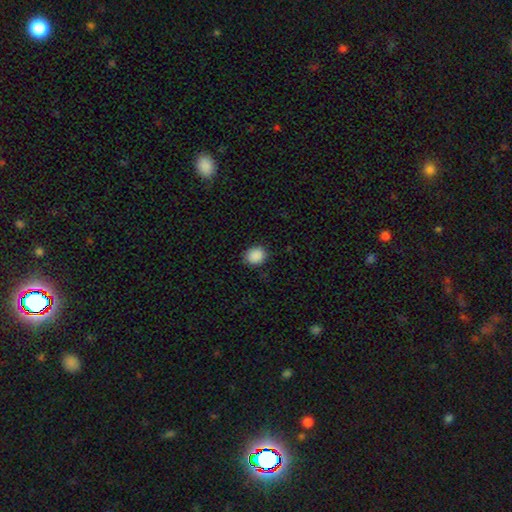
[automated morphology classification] This appears to be a smooth galaxy with no disk features (89%) that is round (66%). Merging: none (87%).